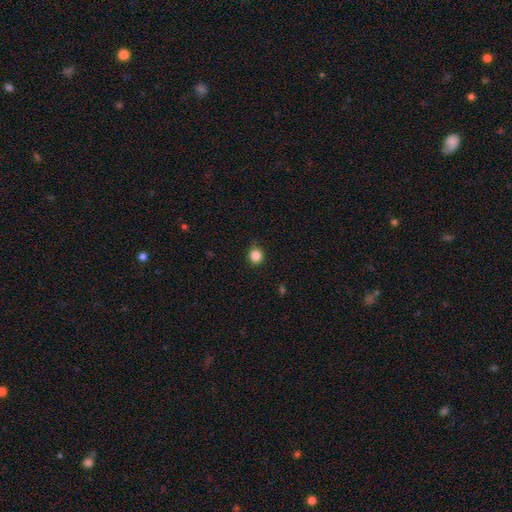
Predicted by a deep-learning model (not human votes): This appears to be a smooth galaxy with no disk features (85%) that is round (88%). Merging: none (80%).